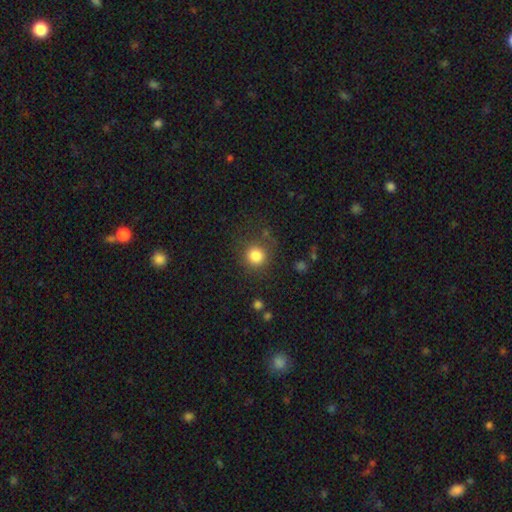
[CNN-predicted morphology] Q: Smooth or featured?
A: smooth (82%); runner-up: star or artifact (12%)
Q: How rounded?
A: round (91%); runner-up: in between (8%)
Q: Merging?
A: none (79%); runner-up: minor disturbance (12%)